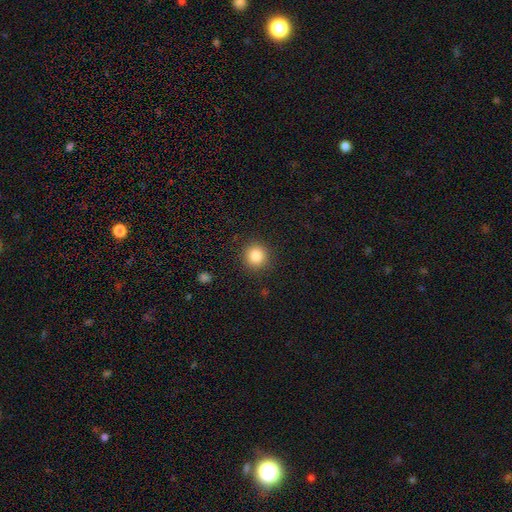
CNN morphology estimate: Q: Smooth or featured?
A: smooth (86%); runner-up: star or artifact (10%)
Q: How rounded?
A: round (92%); runner-up: in between (7%)
Q: Merging?
A: none (89%); runner-up: minor disturbance (7%)